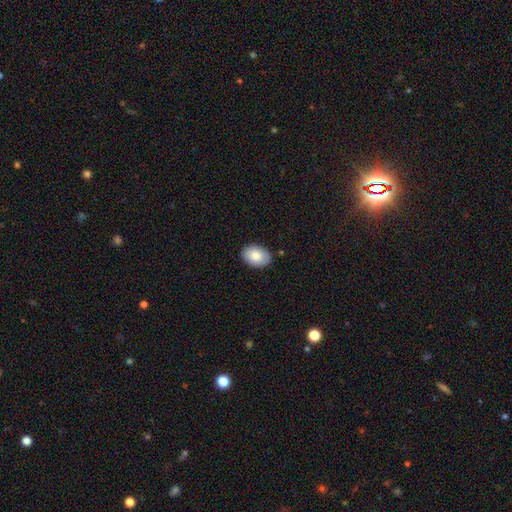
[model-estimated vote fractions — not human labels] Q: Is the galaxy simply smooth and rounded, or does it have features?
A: smooth — 83%.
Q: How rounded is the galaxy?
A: in between — 81%.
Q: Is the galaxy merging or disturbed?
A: none — 87%.